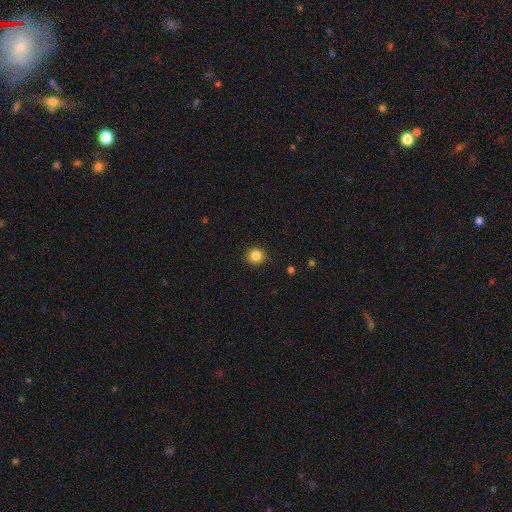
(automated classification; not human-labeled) A smooth galaxy with no disk features (85%) that is round (92%).

Vote fractions:
- Smooth or featured? smooth: 85% / star or artifact: 11% / featured or disk: 4%
- How rounded? round: 92% / in between: 7% / cigar-shaped: 1%
- Merging? none: 92% / minor disturbance: 5% / major disturbance: 2% / merger: 1%